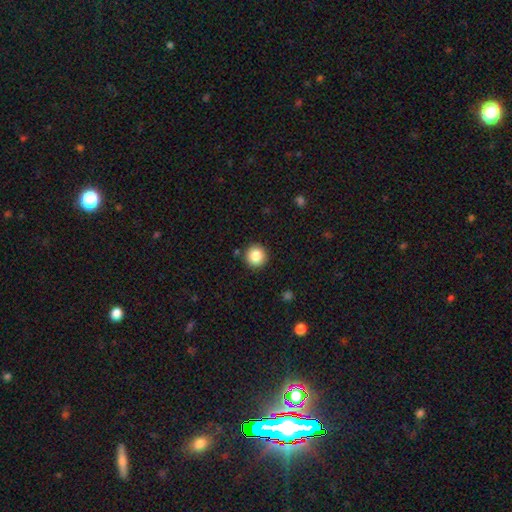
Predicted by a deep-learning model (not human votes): Q: Smooth or featured?
A: smooth (85%); runner-up: star or artifact (10%)
Q: How rounded?
A: round (95%); runner-up: in between (4%)
Q: Merging?
A: none (91%); runner-up: minor disturbance (6%)